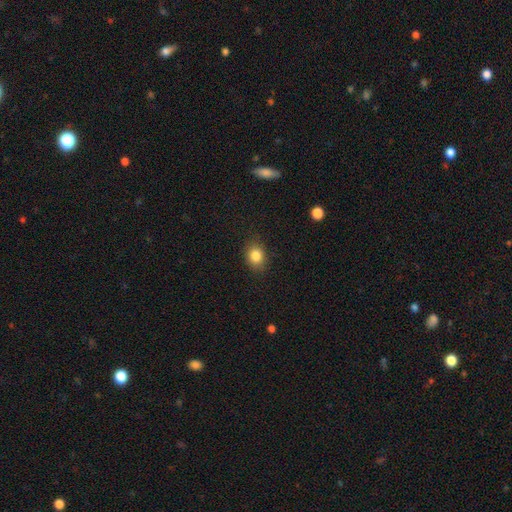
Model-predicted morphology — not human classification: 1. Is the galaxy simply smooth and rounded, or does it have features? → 84% smooth, 10% star or artifact, 6% featured or disk.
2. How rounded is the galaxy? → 52% round, 47% in between, 1% cigar-shaped.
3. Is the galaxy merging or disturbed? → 86% none, 10% minor disturbance, 3% major disturbance, 1% merger.